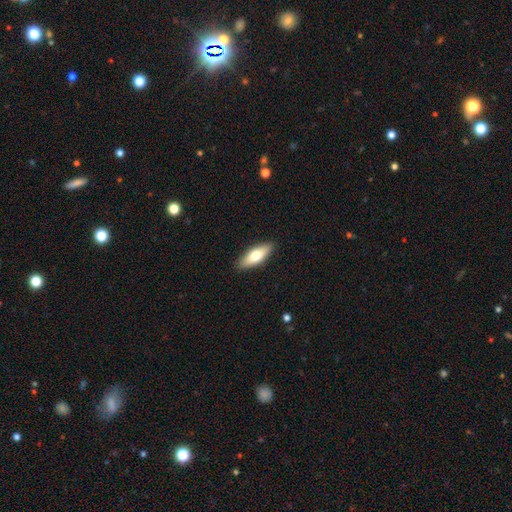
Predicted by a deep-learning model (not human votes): This is likely a smooth galaxy (67%). How rounded: likely in between (64%). Merging: clearly none (89%).